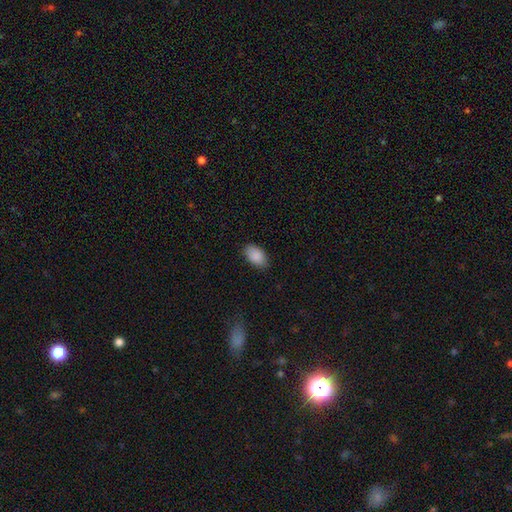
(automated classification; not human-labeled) Smooth or featured: smooth — 89% (star or artifact — 7%)
How rounded: in between — 93% (round — 5%)
Merging: none — 83% (minor disturbance — 14%)